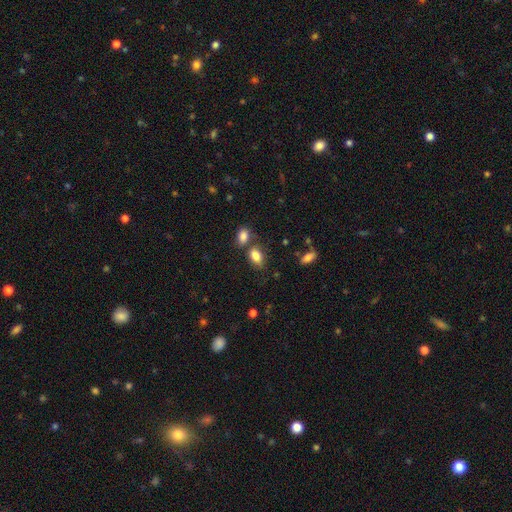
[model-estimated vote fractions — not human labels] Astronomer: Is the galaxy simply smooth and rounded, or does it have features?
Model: smooth — 84%.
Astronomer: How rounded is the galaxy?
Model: in between — 88%.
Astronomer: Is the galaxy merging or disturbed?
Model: none — 58%.